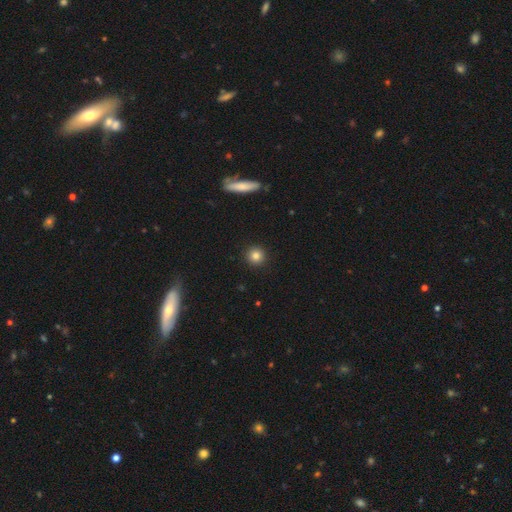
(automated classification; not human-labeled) Smooth or featured?
  - smooth: 83% *
  - star or artifact: 11%
  - featured or disk: 6%
How rounded?
  - round: 95% *
  - in between: 4%
  - cigar-shaped: 1%
Merging?
  - none: 93% *
  - minor disturbance: 5%
  - major disturbance: 2%
  - merger: 1%